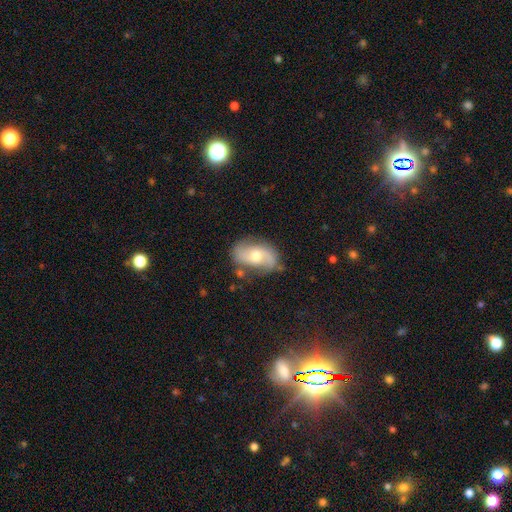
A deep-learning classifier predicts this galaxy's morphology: featured or disk 73%, smooth 21%, star or artifact 7%. Down the decision tree: edge-on disk — no (96%); bar — no (56%); spiral arms — yes (90%); spiral arm count — 2 (88%); spiral winding — loose (48%); bulge size — moderate (70%); merging — none (72%).